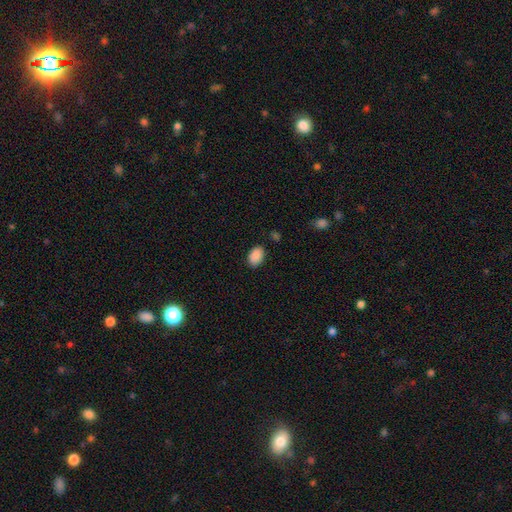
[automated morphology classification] A smooth galaxy with no disk features (89%) that is in between round and cigar-shaped (86%). Merging: none (85%).